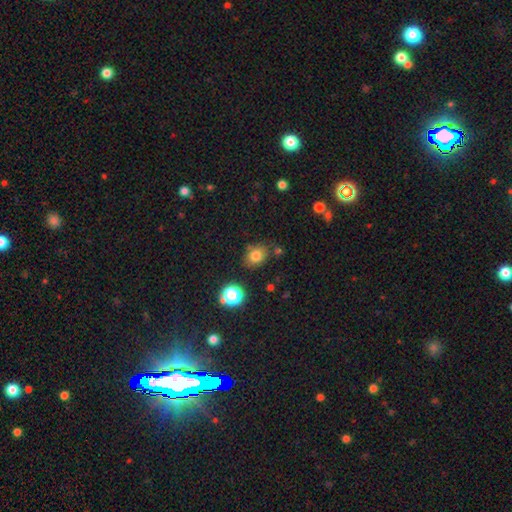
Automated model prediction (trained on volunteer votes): Overall: smooth (77%). How rounded: round (51%; in between 48%). Merging: none (75%).